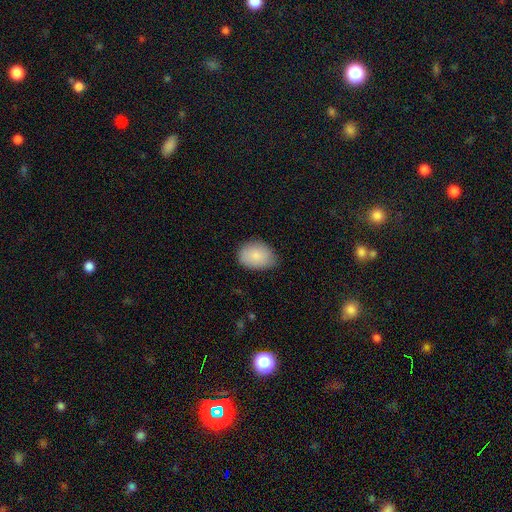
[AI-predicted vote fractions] Smooth or featured? smooth (86%)
How rounded? in between (72%)
Merging? none (71%)